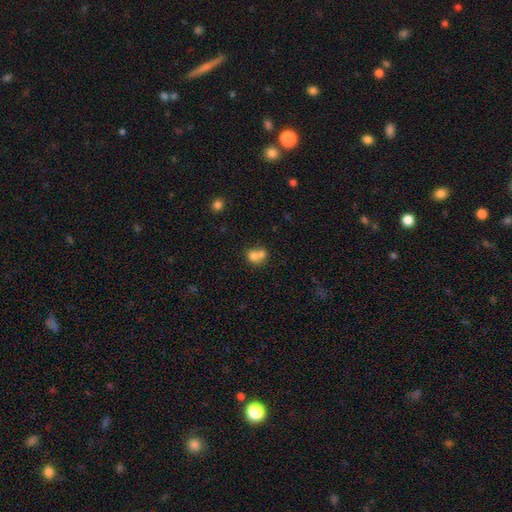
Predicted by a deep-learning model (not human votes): A smooth galaxy with no disk features (71%) that is round (65%). Merging: merger (64%).